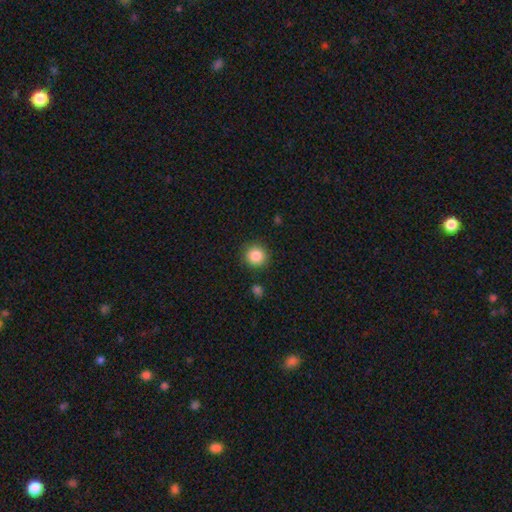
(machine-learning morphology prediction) type=smooth (86%); roundness=round (93%); merging=none (89%).